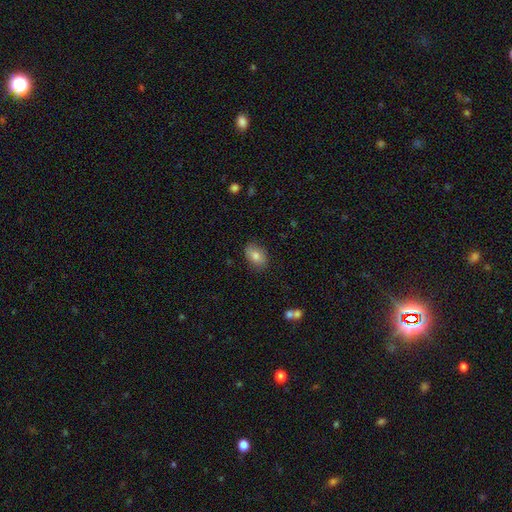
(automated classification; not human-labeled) Smooth or featured? smooth (78%)
How rounded? in between (84%)
Merging? none (84%)